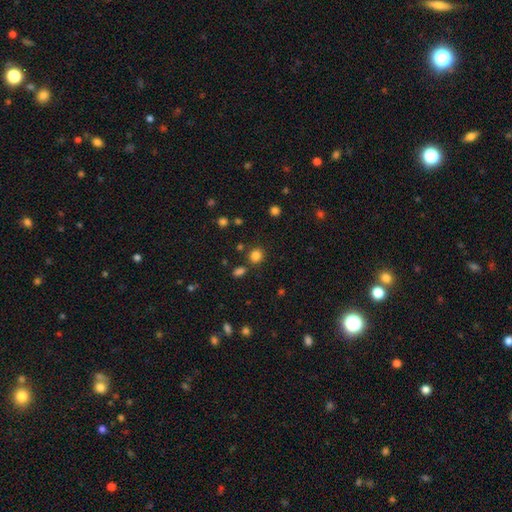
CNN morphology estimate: Smooth or featured? smooth (82%)
How rounded? round (77%)
Merging? none (81%)